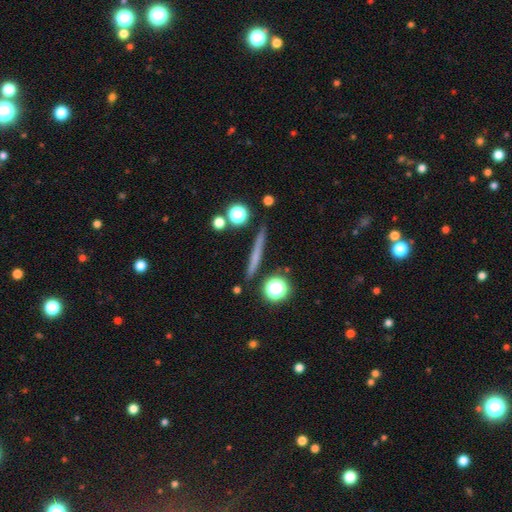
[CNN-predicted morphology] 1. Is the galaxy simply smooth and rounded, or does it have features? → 48% smooth, 40% featured or disk, 11% star or artifact.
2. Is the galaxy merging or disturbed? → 88% none, 8% minor disturbance, 3% merger, 2% major disturbance.